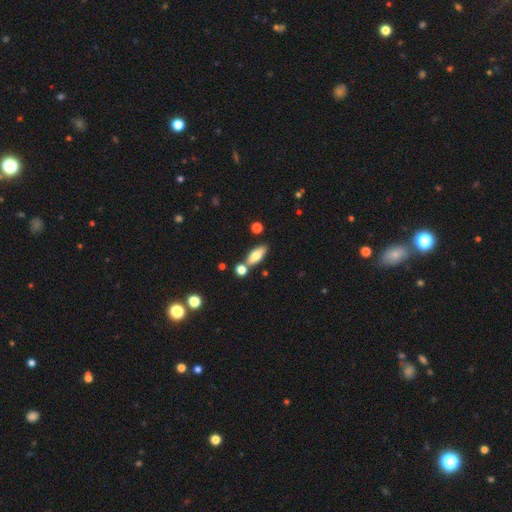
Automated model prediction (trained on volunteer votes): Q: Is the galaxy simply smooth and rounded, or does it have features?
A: smooth — 72%.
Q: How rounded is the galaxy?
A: in between — 73%.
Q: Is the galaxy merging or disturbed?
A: none — 69%.